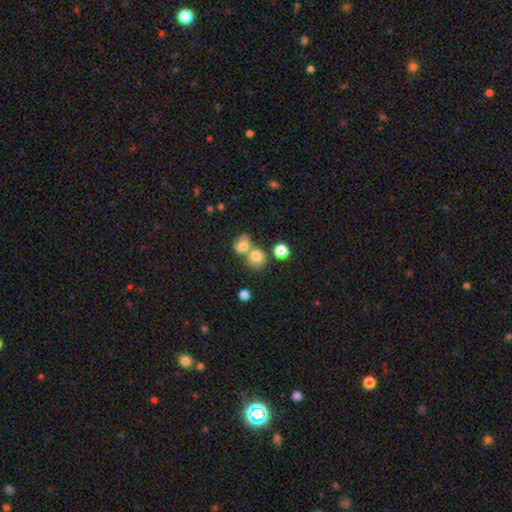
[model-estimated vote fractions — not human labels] Overall: smooth (77%). How rounded: round (71%). Merging: merger (52%; none 37%).